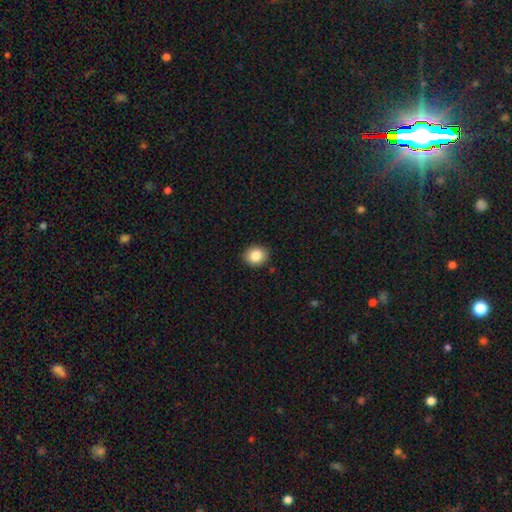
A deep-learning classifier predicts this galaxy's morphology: The model was most divided on "how rounded": round: 68%, in between: 31%, cigar-shaped: 1%. More confident: merging — none (90%); smooth or featured — smooth (85%).